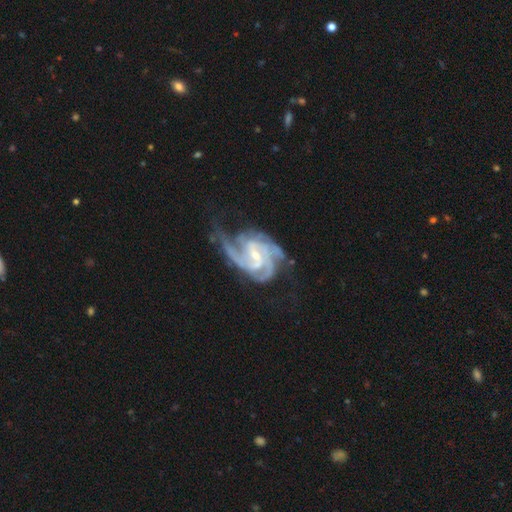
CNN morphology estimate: Q: Smooth or featured?
A: featured or disk (92%); runner-up: star or artifact (5%)
Q: Edge-on disk?
A: no (98%); runner-up: yes (2%)
Q: Bar?
A: weak (50%); runner-up: no (28%)
Q: Spiral arms?
A: yes (98%); runner-up: no (2%)
Q: Spiral winding?
A: tight (46%); runner-up: medium (44%)
Q: Spiral arm count?
A: 3 (37%); runner-up: 2 (23%)
Q: Bulge size?
A: small (62%); runner-up: moderate (32%)
Q: Merging?
A: none (54%); runner-up: minor disturbance (23%)